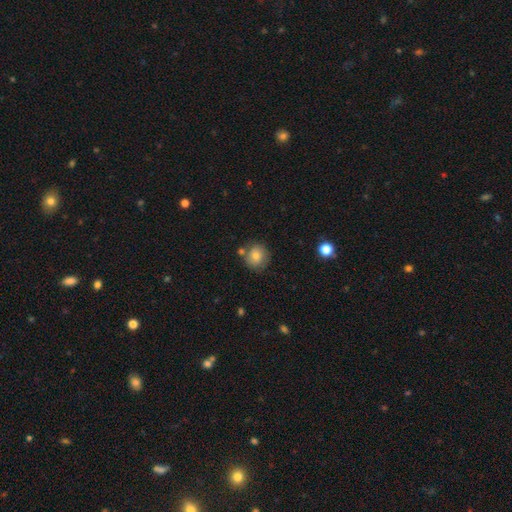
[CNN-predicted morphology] This is likely a smooth galaxy (75%). How rounded: clearly round (87%). Merging: likely none (70%).